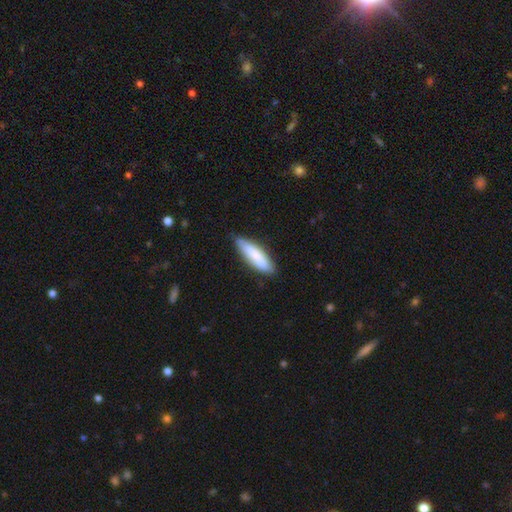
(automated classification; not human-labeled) smooth 76%, featured or disk 19%, star or artifact 5%. Down the decision tree: how rounded — cigar-shaped (65%); merging — none (74%).